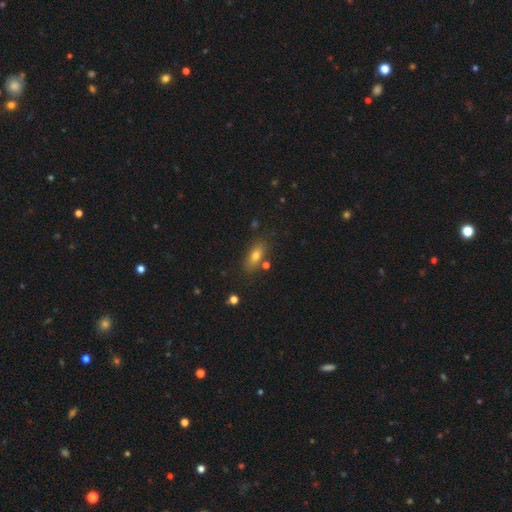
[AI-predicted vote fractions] Smooth or featured? smooth (71%)
How rounded? in between (74%)
Merging? none (78%)